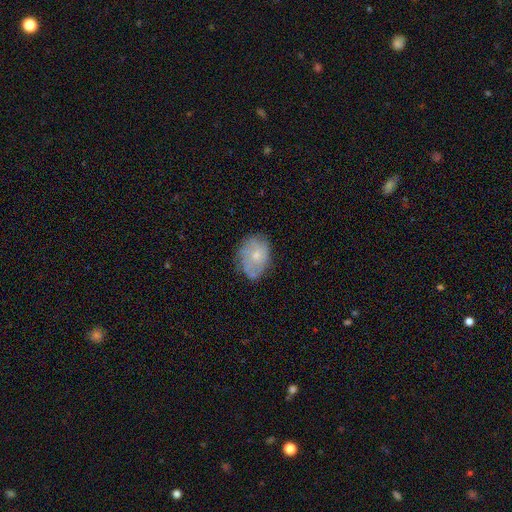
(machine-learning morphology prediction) smooth_or_featured: smooth (p=0.52) [alt: featured or disk p=0.40]
how_rounded: in between (p=0.67) [alt: round p=0.32]
merging: none (p=0.59) [alt: minor disturbance p=0.28]